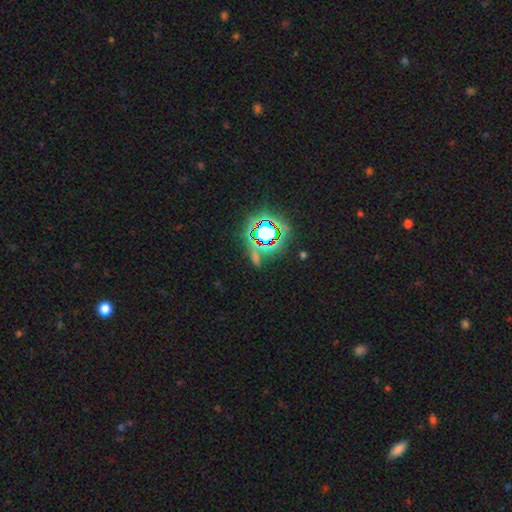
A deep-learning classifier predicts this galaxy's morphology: type=star or artifact (72%).